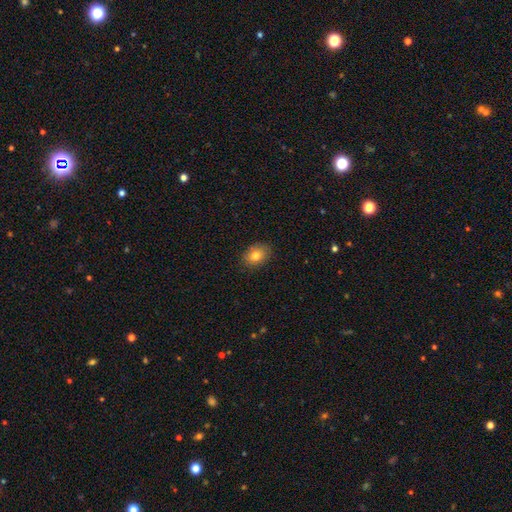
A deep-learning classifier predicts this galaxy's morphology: smooth 80%, featured or disk 11%, star or artifact 9%. Down the decision tree: how rounded — in between (70%); merging — none (87%).